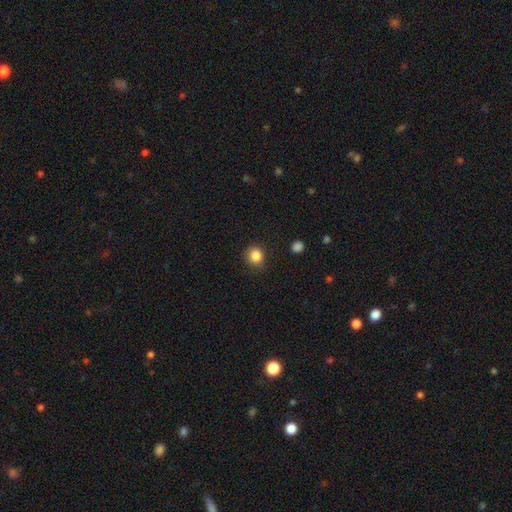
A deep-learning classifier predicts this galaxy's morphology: Smooth or featured? Predicted: smooth (p=0.85). How rounded? Predicted: round (p=0.87). Merging? Predicted: none (p=0.86).